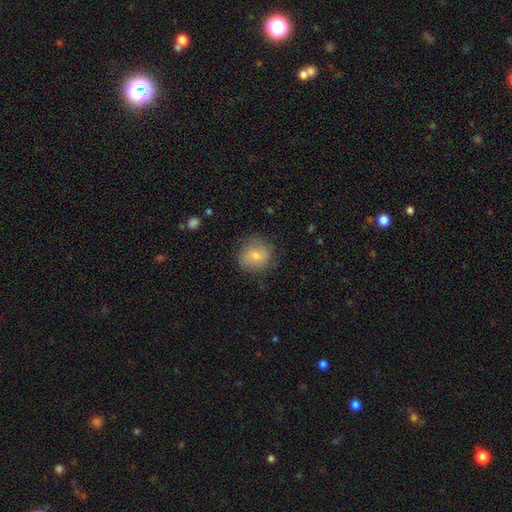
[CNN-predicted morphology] A smooth galaxy with no disk features (76%) that is round (84%).

Vote fractions:
- Smooth or featured? smooth: 76% / featured or disk: 16% / star or artifact: 8%
- How rounded? round: 84% / in between: 15% / cigar-shaped: 1%
- Merging? none: 79% / minor disturbance: 15% / major disturbance: 5% / merger: 1%